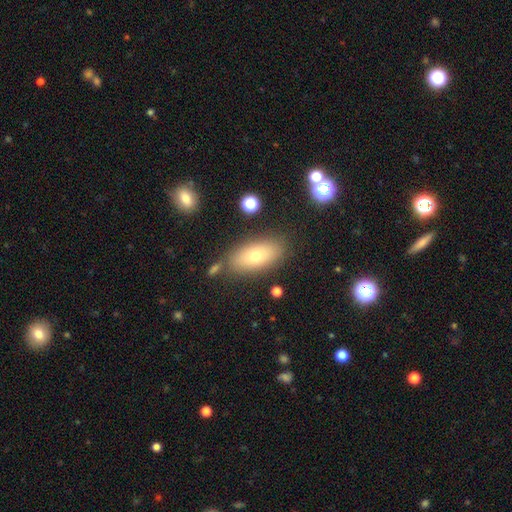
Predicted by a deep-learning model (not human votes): smooth 72%, featured or disk 19%, star or artifact 9%. Down the decision tree: how rounded — in between (88%); merging — none (78%).